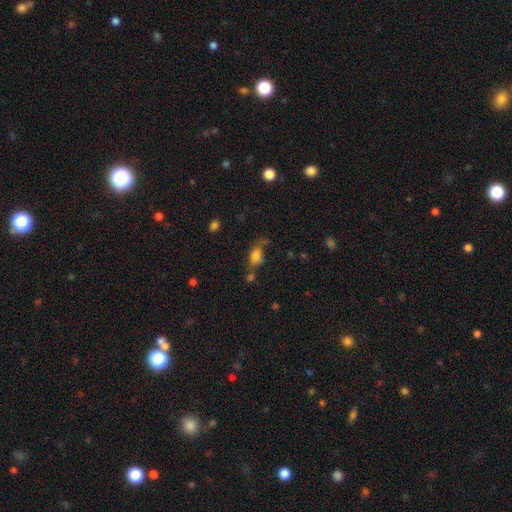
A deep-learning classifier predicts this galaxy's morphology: type=smooth (75%); roundness=in between (74%); merging=none (43%).